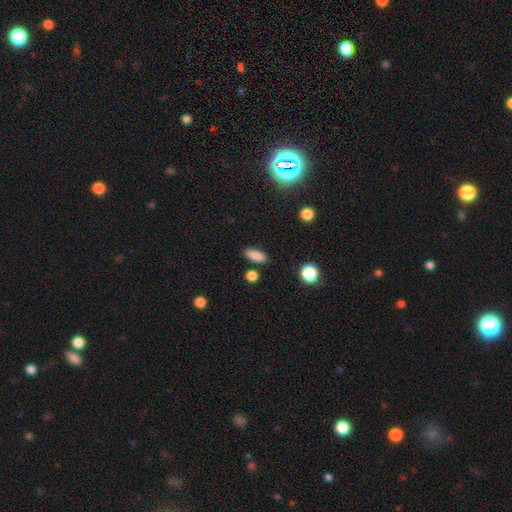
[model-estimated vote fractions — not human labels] A smooth galaxy with no disk features (87%) that is in between round and cigar-shaped (78%). Merging: none (86%).